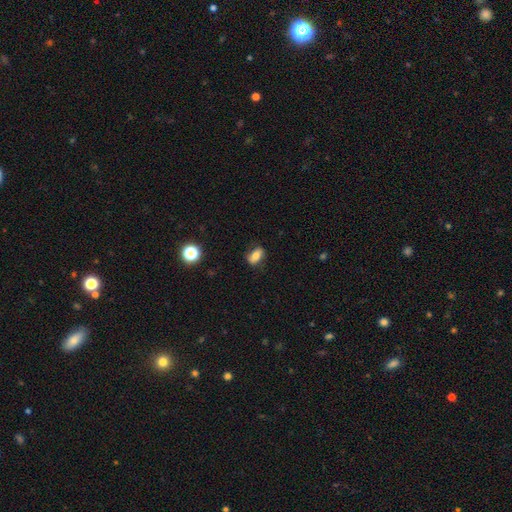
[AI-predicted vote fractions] smooth-or-featured: smooth: 70% | featured or disk: 19% | star or artifact: 10%
  how-rounded: in between: 82% | round: 13% | cigar-shaped: 4%
  merging: none: 76% | minor disturbance: 18% | major disturbance: 4% | merger: 2%